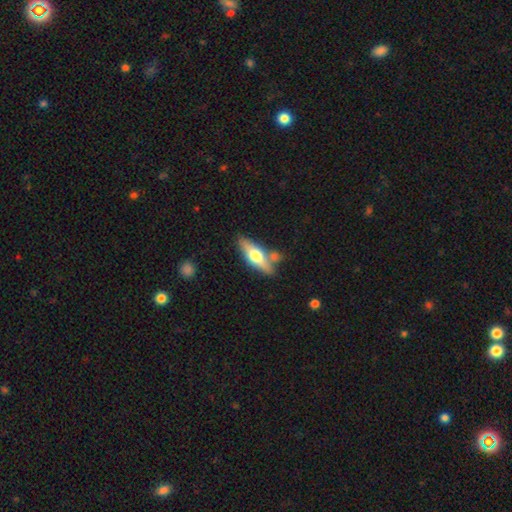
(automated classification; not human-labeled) Overall: smooth (48%; featured or disk 46%). Merging: none (69%).